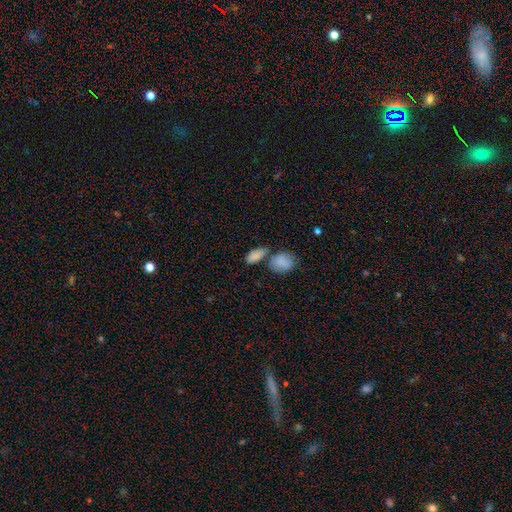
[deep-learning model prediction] Smooth or featured?
  - smooth: 85% *
  - star or artifact: 8%
  - featured or disk: 7%
How rounded?
  - in between: 88% *
  - round: 6%
  - cigar-shaped: 5%
Merging?
  - none: 48% *
  - merger: 33%
  - minor disturbance: 14%
  - major disturbance: 6%